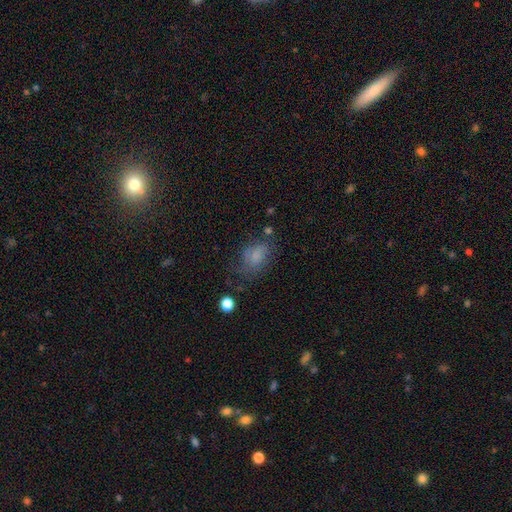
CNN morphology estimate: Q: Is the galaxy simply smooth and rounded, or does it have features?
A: smooth — 67%.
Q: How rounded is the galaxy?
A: in between — 75%.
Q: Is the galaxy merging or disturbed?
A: none — 49%.